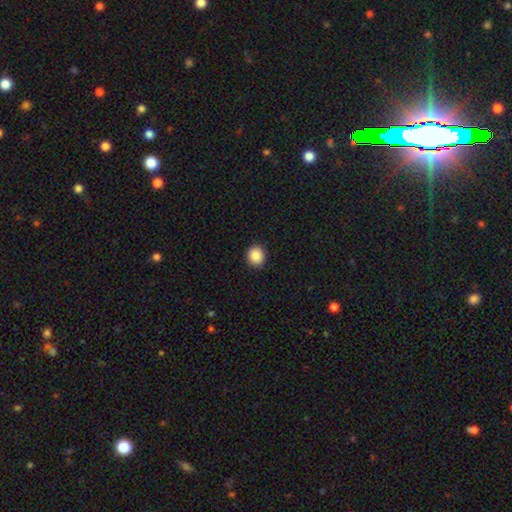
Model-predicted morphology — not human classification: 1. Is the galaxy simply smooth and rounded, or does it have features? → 87% smooth, 9% star or artifact, 4% featured or disk.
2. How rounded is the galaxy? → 84% round, 15% in between, 1% cigar-shaped.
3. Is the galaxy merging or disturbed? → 92% none, 5% minor disturbance, 2% major disturbance, 1% merger.